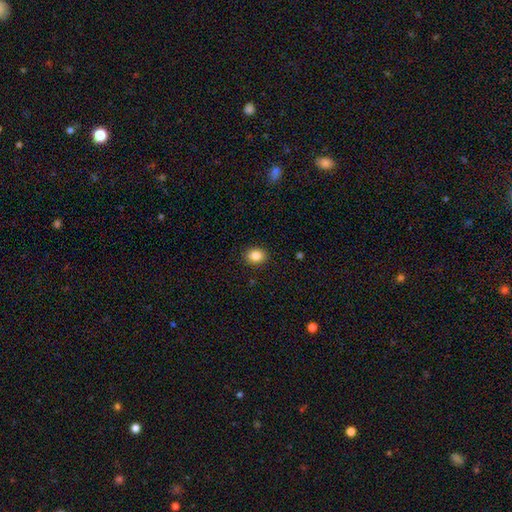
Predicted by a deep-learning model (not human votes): Overall: smooth (85%). How rounded: round (58%; in between 41%). Merging: none (90%).